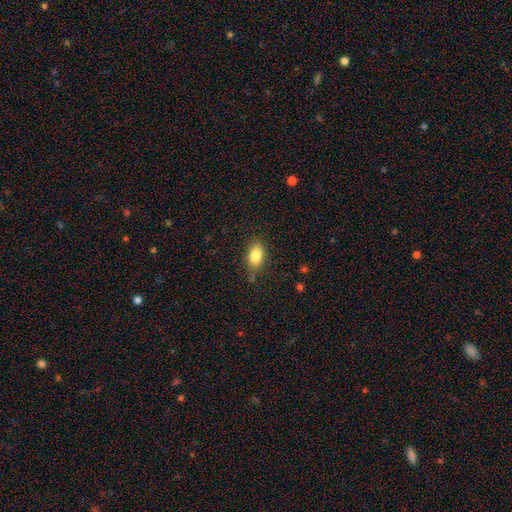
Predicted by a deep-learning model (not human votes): Smooth or featured: smooth — 84% (star or artifact — 8%)
How rounded: in between — 89% (round — 6%)
Merging: none — 78% (minor disturbance — 17%)